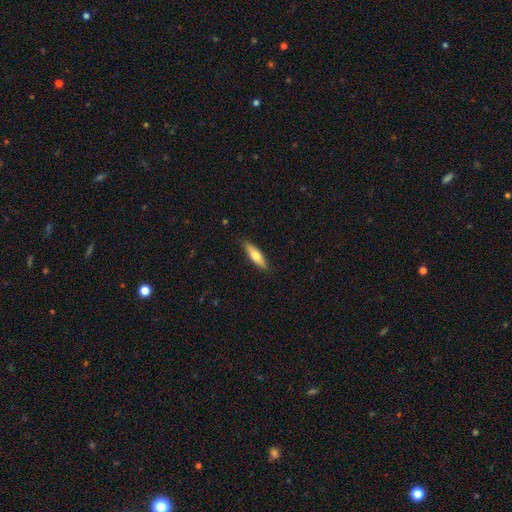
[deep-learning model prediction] Morphology: type=smooth (65%); roundness=cigar-shaped (59%); merging=none (87%).